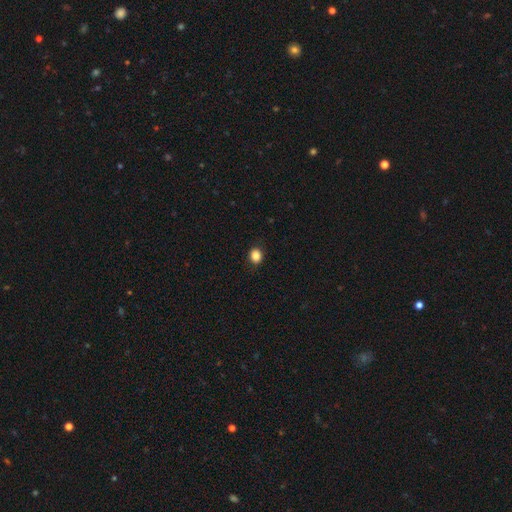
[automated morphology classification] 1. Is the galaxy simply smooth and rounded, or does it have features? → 86% smooth, 10% star or artifact, 3% featured or disk.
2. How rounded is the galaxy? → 64% round, 35% in between, 1% cigar-shaped.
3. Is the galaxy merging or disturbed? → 90% none, 8% minor disturbance, 2% major disturbance, 1% merger.